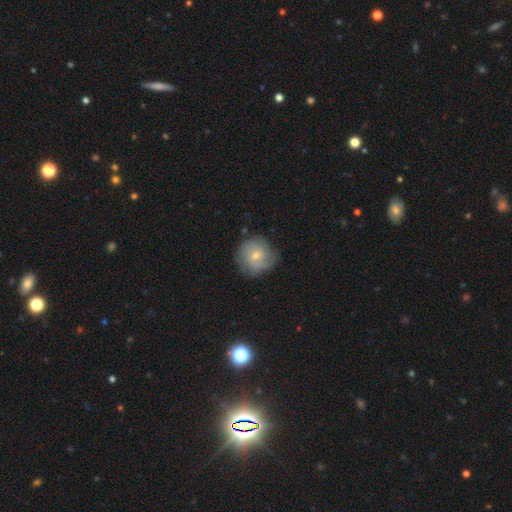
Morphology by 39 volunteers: featured or disk 72%, smooth 26%, star or artifact 3%. Down the decision tree: edge-on disk — no (96%); bar — weak (56%); spiral arms — yes (85%); spiral arm count — 2 (52%); spiral winding — medium (43%); bulge size — moderate (48%, tied with small); merging — none (89%).